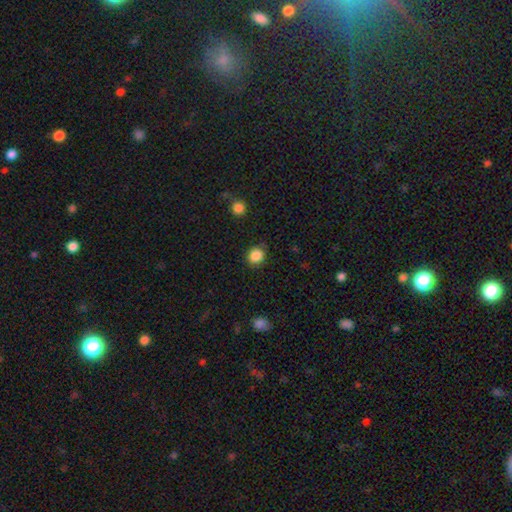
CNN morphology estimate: smooth-or-featured: smooth: 87% | star or artifact: 10% | featured or disk: 3%
  how-rounded: round: 73% | in between: 26% | cigar-shaped: 1%
  merging: none: 82% | minor disturbance: 13% | major disturbance: 3% | merger: 2%